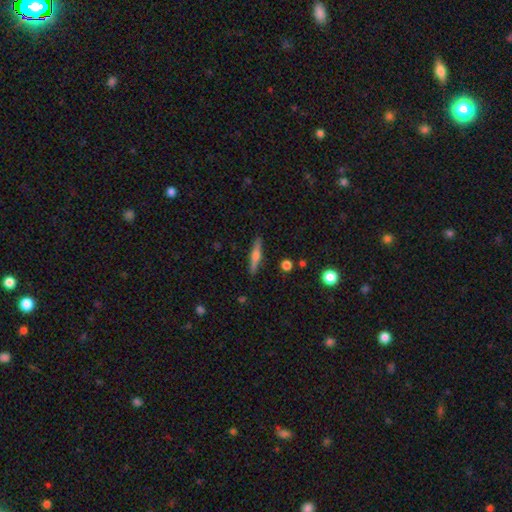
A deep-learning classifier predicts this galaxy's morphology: smooth_or_featured: featured or disk (p=0.50) [alt: smooth p=0.43]
merging: none (p=0.89) [alt: minor disturbance p=0.08]